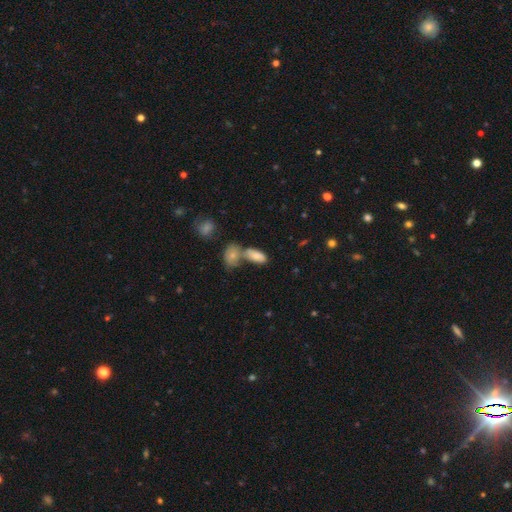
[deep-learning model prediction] Smooth or featured: smooth — 79% (featured or disk — 13%)
How rounded: in between — 88% (cigar-shaped — 9%)
Merging: merger — 48% (none — 35%)